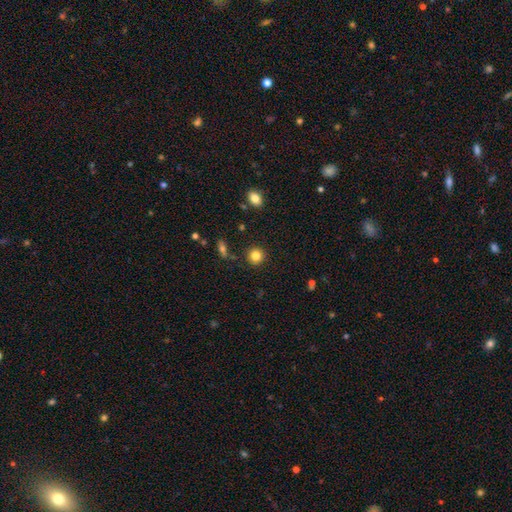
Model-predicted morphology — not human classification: smooth-or-featured: smooth: 83% | star or artifact: 11% | featured or disk: 6%
  how-rounded: round: 92% | in between: 7% | cigar-shaped: 1%
  merging: none: 88% | minor disturbance: 7% | merger: 3% | major disturbance: 2%